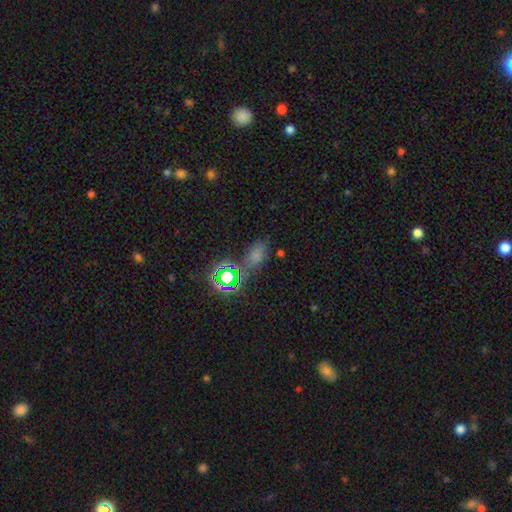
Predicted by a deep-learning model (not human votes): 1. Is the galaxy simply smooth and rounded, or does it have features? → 58% smooth, 34% star or artifact, 8% featured or disk.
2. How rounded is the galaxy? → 81% in between, 15% round, 4% cigar-shaped.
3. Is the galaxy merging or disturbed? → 71% none, 16% minor disturbance, 8% merger, 6% major disturbance.